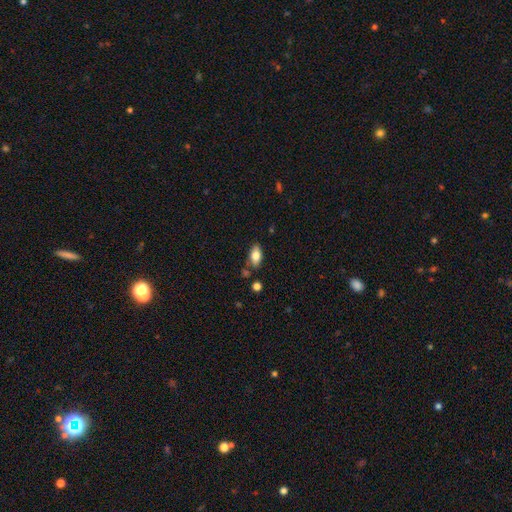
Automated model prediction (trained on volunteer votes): smooth-or-featured: smooth: 79% | featured or disk: 13% | star or artifact: 8%
  how-rounded: in between: 90% | cigar-shaped: 6% | round: 4%
  merging: none: 77% | minor disturbance: 14% | merger: 6% | major disturbance: 3%